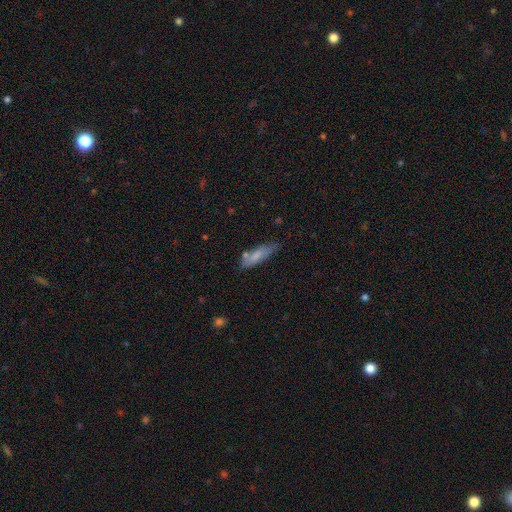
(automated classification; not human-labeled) A smooth galaxy with no disk features (75%) that is cigar-shaped (59%). Merging: none (66%).